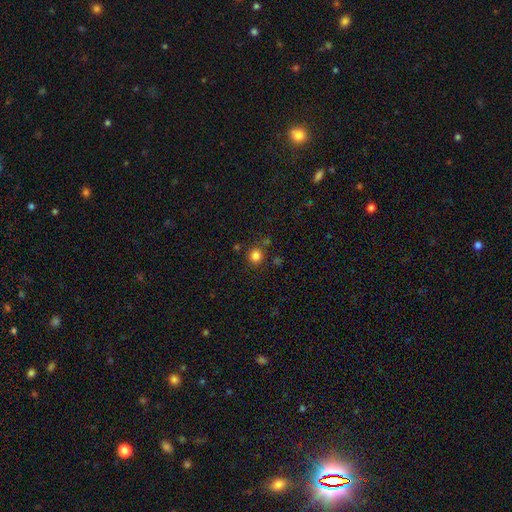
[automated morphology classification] smooth-or-featured: smooth: 82% | star or artifact: 14% | featured or disk: 5%
  how-rounded: round: 93% | in between: 6% | cigar-shaped: 1%
  merging: none: 81% | minor disturbance: 9% | merger: 6% | major disturbance: 3%